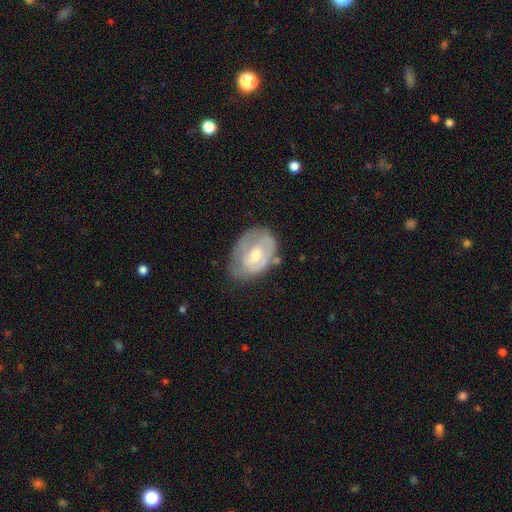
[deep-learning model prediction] featured or disk 59%, smooth 36%, star or artifact 6%. Down the decision tree: edge-on disk — no (96%); bar — no (66%); spiral arms — yes (58%); bulge size — moderate (55%); merging — none (52%).